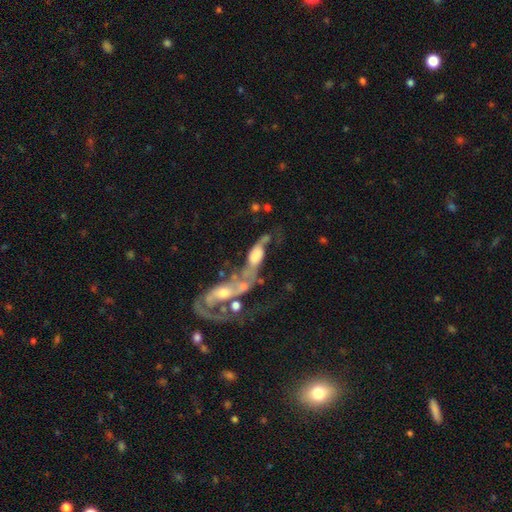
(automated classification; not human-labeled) Morphology: type=featured or disk (60%); edge-on=no (81%); merging=merger (57%).